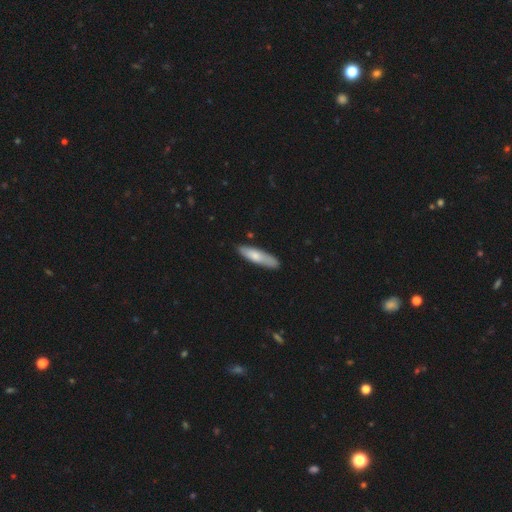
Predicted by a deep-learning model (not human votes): smooth-or-featured: smooth: 72% | featured or disk: 23% | star or artifact: 5%
  how-rounded: cigar-shaped: 73% | in between: 26% | round: 2%
  merging: none: 81% | minor disturbance: 15% | major disturbance: 2% | merger: 2%